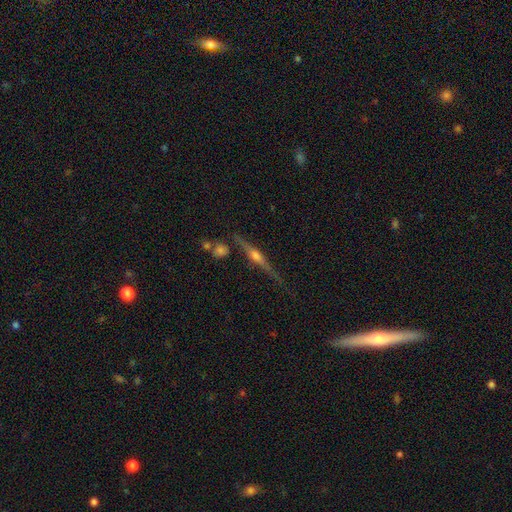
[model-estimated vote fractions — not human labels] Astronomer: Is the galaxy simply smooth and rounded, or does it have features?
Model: featured or disk — 81%.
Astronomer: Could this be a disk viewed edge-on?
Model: yes — 98%.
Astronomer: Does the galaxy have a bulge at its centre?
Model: rounded — 89%.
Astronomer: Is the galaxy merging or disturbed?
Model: none — 82%.